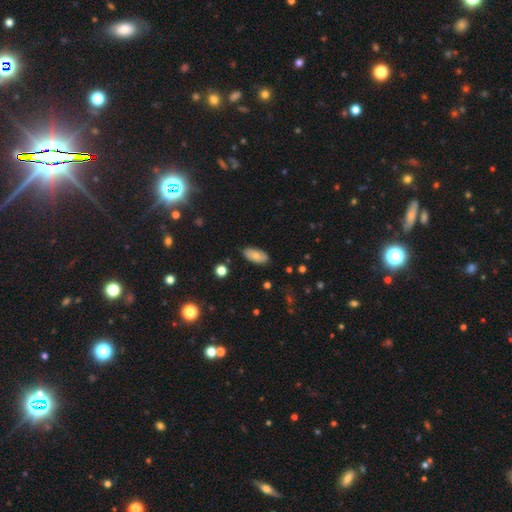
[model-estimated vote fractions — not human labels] Smooth or featured? Predicted: smooth (p=0.74). How rounded? Predicted: in between (p=0.92). Merging? Predicted: none (p=0.84).